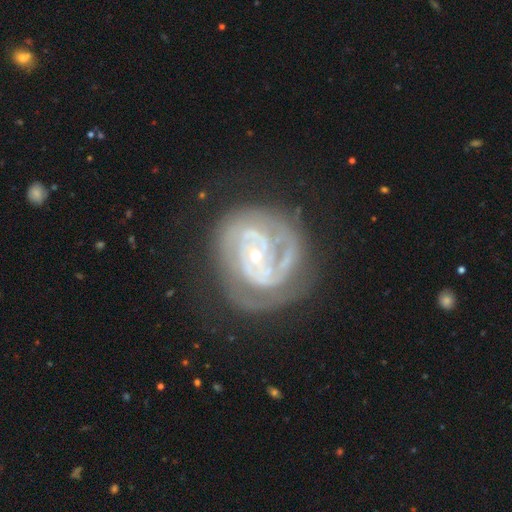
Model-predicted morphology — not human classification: Q: Smooth or featured?
A: featured or disk (87%); runner-up: smooth (8%)
Q: Edge-on disk?
A: no (97%); runner-up: yes (3%)
Q: Bar?
A: no (60%); runner-up: weak (27%)
Q: Spiral arms?
A: yes (93%); runner-up: no (7%)
Q: Spiral winding?
A: tight (67%); runner-up: medium (26%)
Q: Spiral arm count?
A: 2 (42%); runner-up: can't tell (24%)
Q: Bulge size?
A: small (75%); runner-up: moderate (21%)
Q: Merging?
A: none (62%); runner-up: minor disturbance (20%)